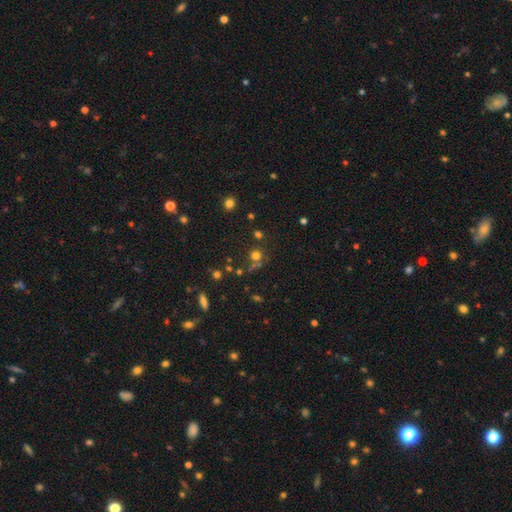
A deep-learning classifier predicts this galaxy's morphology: smooth_or_featured: smooth (p=0.64) [alt: star or artifact p=0.28]
how_rounded: round (p=0.90) [alt: in between p=0.09]
merging: none (p=0.64) [alt: merger p=0.20]